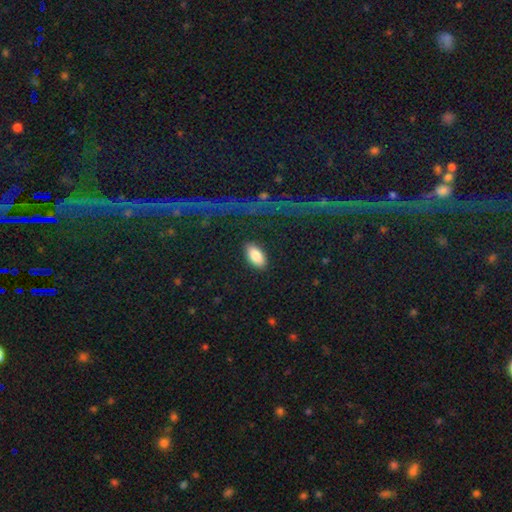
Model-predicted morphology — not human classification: smooth 85%, featured or disk 8%, star or artifact 7%. Down the decision tree: how rounded — in between (93%); merging — none (87%).